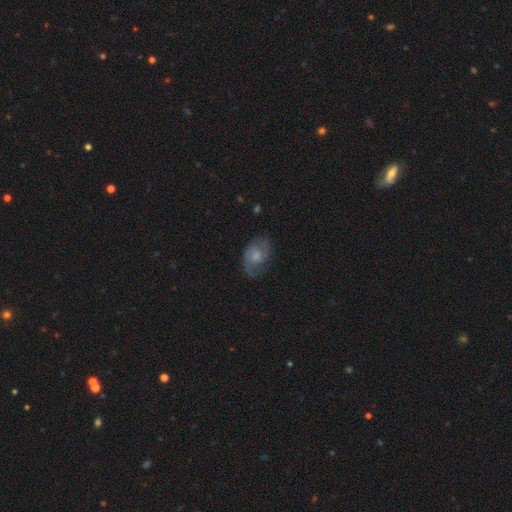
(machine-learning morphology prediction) Smooth or featured?
  - featured or disk: 61% *
  - smooth: 31%
  - star or artifact: 8%
Edge-on disk?
  - no: 97% *
  - yes: 3%
Bar?
  - no: 57% *
  - weak: 38%
  - strong: 5%
Spiral arms?
  - yes: 88% *
  - no: 12%
Spiral winding?
  - medium: 47% *
  - loose: 30%
  - tight: 22%
Spiral arm count?
  - 2: 72% *
  - can't tell: 13%
  - 1: 9%
  - 3: 3%
  - 4: 1%
  - more than 4: 1%
Bulge size?
  - small: 45% *
  - moderate: 31%
  - none: 17%
  - large: 5%
  - dominant: 1%
Merging?
  - none: 62% *
  - minor disturbance: 24%
  - major disturbance: 13%
  - merger: 1%